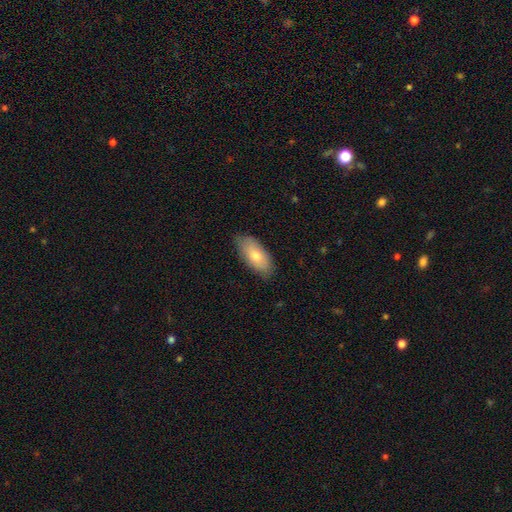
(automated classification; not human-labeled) A smooth galaxy with no disk features (73%) that is in between round and cigar-shaped (90%). Merging: none (81%).